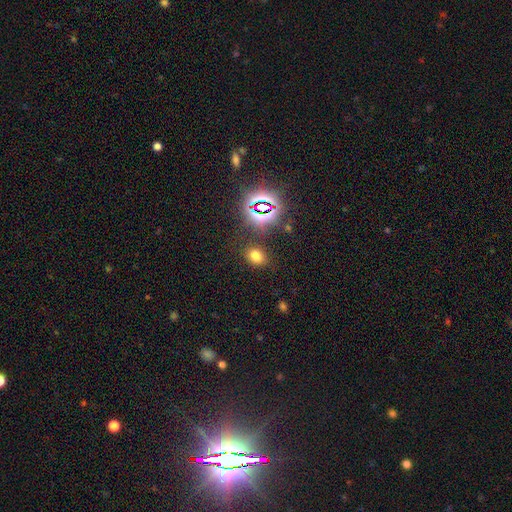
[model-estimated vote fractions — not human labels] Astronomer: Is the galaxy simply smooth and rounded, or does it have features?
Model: smooth — 67%.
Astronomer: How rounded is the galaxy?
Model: in between — 69%.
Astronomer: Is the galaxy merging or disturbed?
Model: none — 80%.